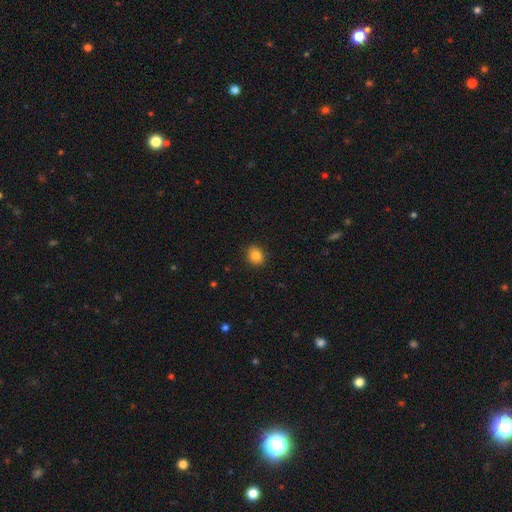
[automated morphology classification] This appears to be a smooth galaxy with no disk features (85%) that is round (59%). Merging: none (90%).